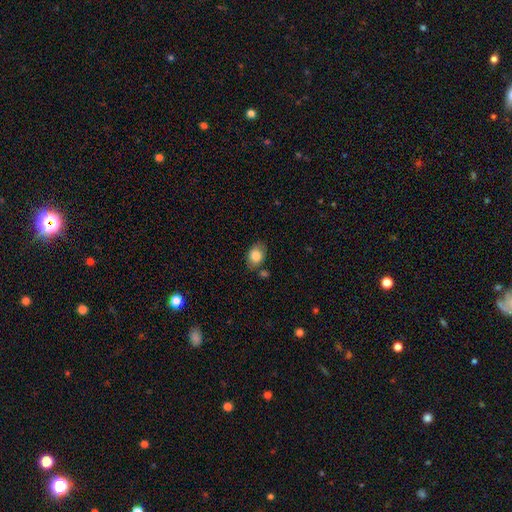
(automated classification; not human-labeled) Smooth or featured? smooth (84%)
How rounded? in between (76%)
Merging? none (72%)